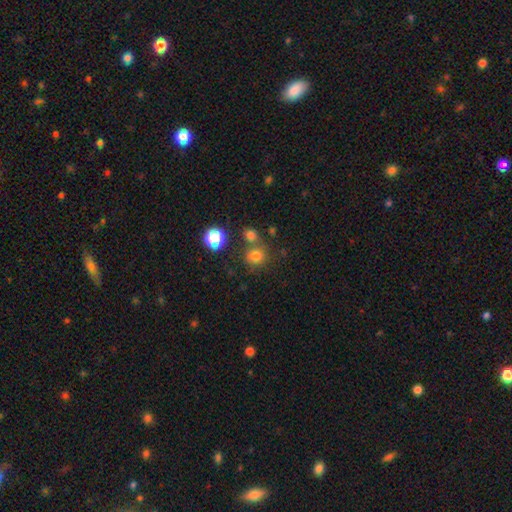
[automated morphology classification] Overall: smooth (75%). How rounded: round (87%). Merging: none (66%).